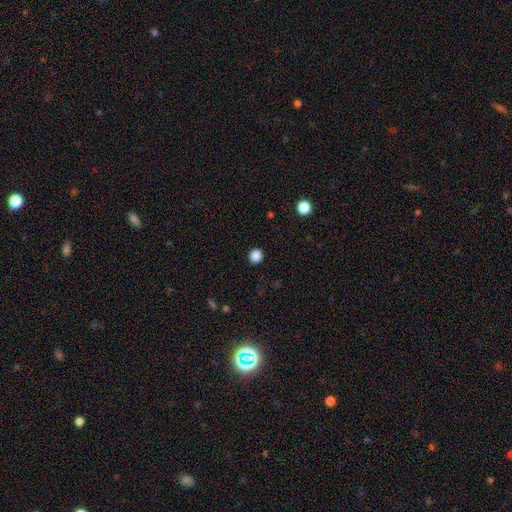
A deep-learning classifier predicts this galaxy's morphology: A smooth galaxy with no disk features (86%) that is round (90%).

Vote fractions:
- Smooth or featured? smooth: 86% / star or artifact: 11% / featured or disk: 3%
- How rounded? round: 90% / in between: 9% / cigar-shaped: 1%
- Merging? none: 91% / minor disturbance: 6% / major disturbance: 2% / merger: 1%